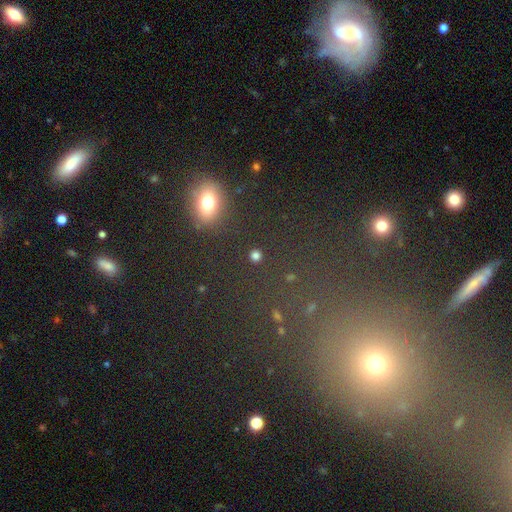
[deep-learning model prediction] smooth 78%, star or artifact 18%, featured or disk 4%. Down the decision tree: how rounded — round (90%); merging — none (89%).